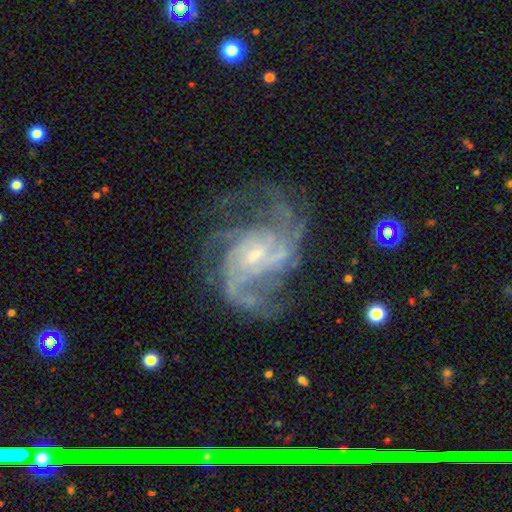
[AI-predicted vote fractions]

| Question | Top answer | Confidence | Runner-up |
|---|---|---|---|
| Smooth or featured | featured or disk | 90% | star or artifact (6%) |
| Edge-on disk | no | 98% | yes (2%) |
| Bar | weak | 45% | no (44%) |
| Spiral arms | yes | 97% | no (3%) |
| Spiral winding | medium | 52% | tight (29%) |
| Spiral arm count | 3 | 28% | 2 (22%) |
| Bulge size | small | 63% | moderate (27%) |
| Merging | none | 60% | major disturbance (20%) |